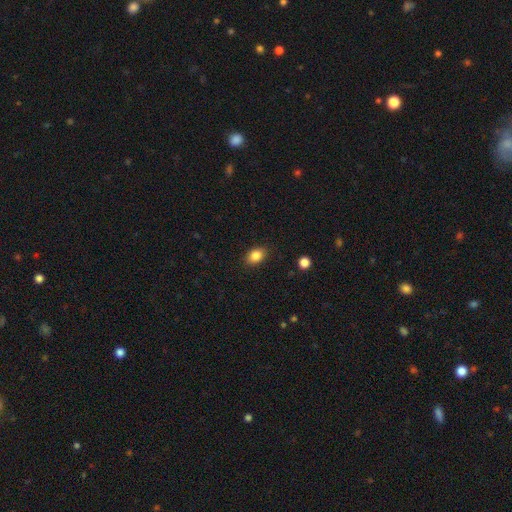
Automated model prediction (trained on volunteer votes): A smooth galaxy with no disk features (86%) that is in between round and cigar-shaped (77%).

Vote fractions:
- Smooth or featured? smooth: 86% / star or artifact: 9% / featured or disk: 5%
- How rounded? in between: 77% / round: 22% / cigar-shaped: 1%
- Merging? none: 87% / minor disturbance: 9% / major disturbance: 2% / merger: 1%